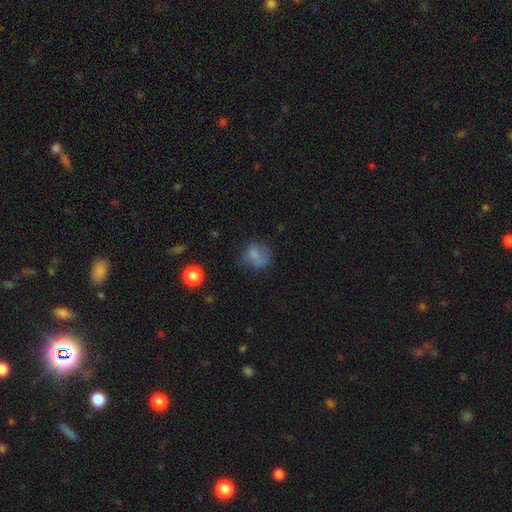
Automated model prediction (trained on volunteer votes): The model was most divided on "merging": none: 48%, minor disturbance: 26%, major disturbance: 19%, merger: 6%. More confident: smooth or featured — smooth (71%); how rounded — round (63%).